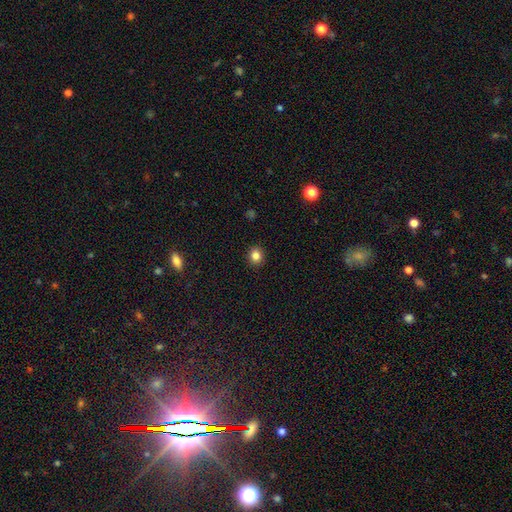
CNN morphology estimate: Overall: smooth (83%). How rounded: round (81%). Merging: none (92%).